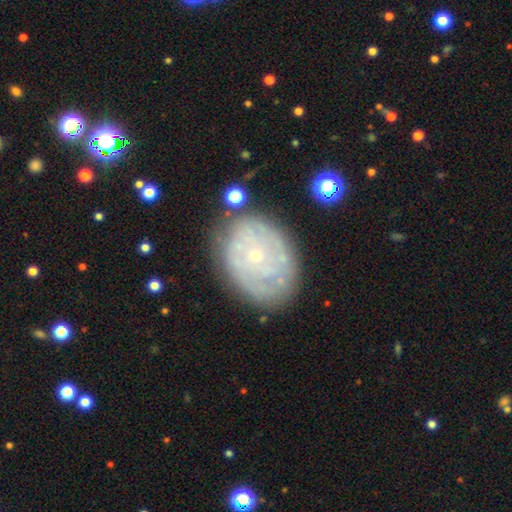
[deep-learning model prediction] A featured or disk galaxy (70%) with no bar (84%), spiral arms (68%) and a small central bulge (83%).

Vote fractions:
- Smooth or featured? featured or disk: 70% / smooth: 22% / star or artifact: 8%
- Edge-on disk? no: 96% / yes: 4%
- Bar? no: 84% / weak: 13% / strong: 3%
- Spiral arms? yes: 68% / no: 32%
- Bulge size? small: 83% / moderate: 13% / none: 2% / large: 1% / dominant: 1%
- Merging? none: 71% / minor disturbance: 19% / major disturbance: 7% / merger: 3%